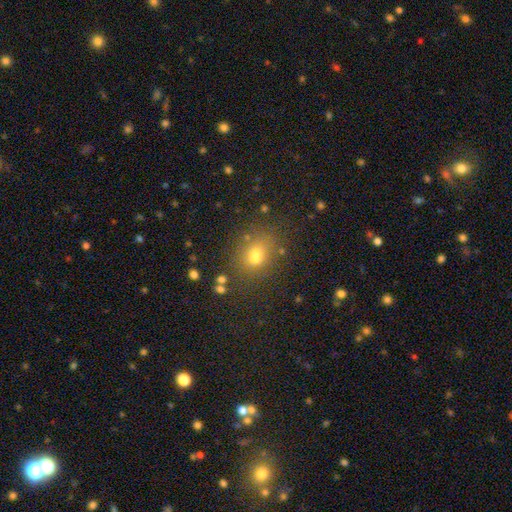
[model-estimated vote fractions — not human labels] This is likely a smooth galaxy (67%). How rounded: possibly in between (57%). Merging: likely none (61%).